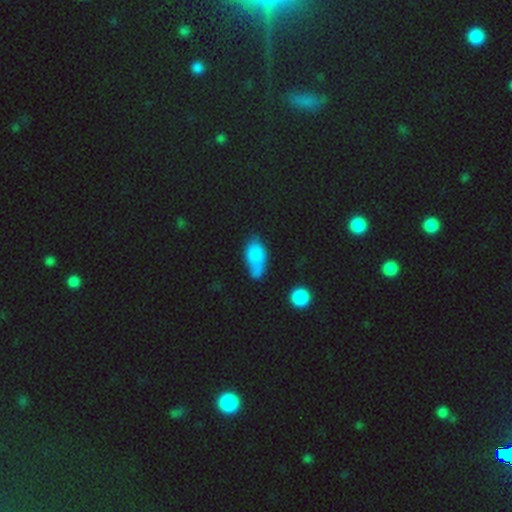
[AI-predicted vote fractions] smooth-or-featured: smooth: 77% | featured or disk: 12% | star or artifact: 11%
  how-rounded: in between: 86% | round: 8% | cigar-shaped: 6%
  merging: none: 39% | minor disturbance: 30% | major disturbance: 17% | merger: 14%